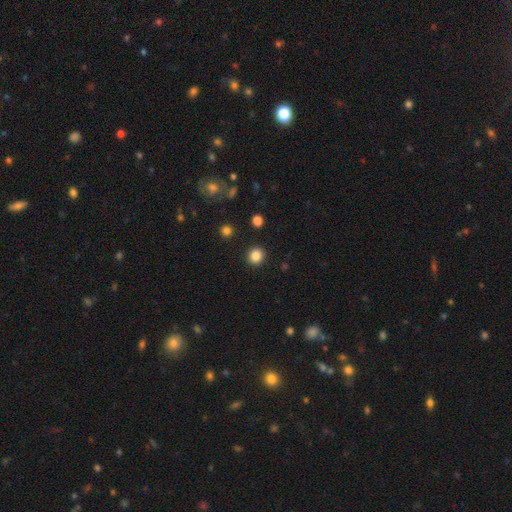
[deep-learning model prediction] A smooth galaxy with no disk features (86%) that is round (89%). Merging: none (91%).